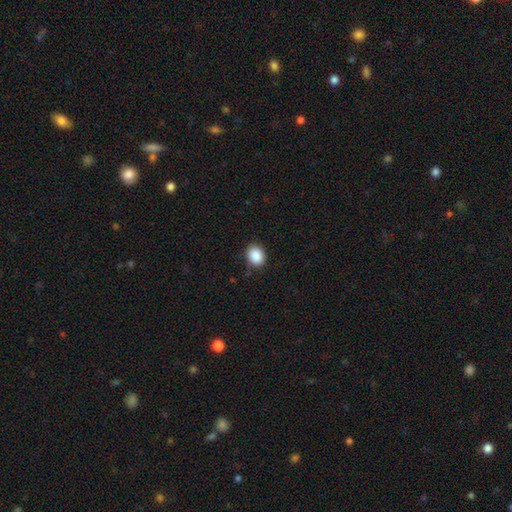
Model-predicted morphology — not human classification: This appears to be a smooth galaxy with no disk features (89%) that is round (53%). Merging: none (86%).